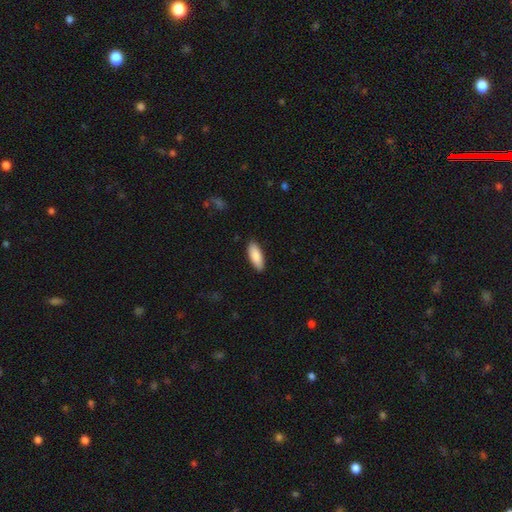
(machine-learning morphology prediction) The model was most divided on "how rounded": in between: 75%, cigar-shaped: 23%, round: 2%. More confident: smooth or featured — smooth (88%); merging — none (88%).